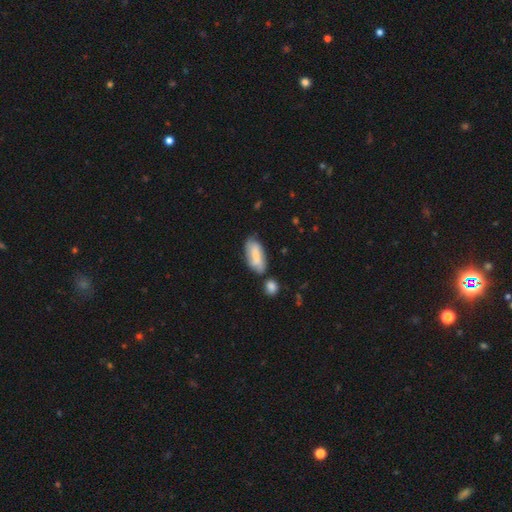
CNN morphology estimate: Q: Smooth or featured?
A: smooth (65%); runner-up: featured or disk (29%)
Q: How rounded?
A: in between (83%); runner-up: cigar-shaped (15%)
Q: Merging?
A: none (60%); runner-up: minor disturbance (22%)